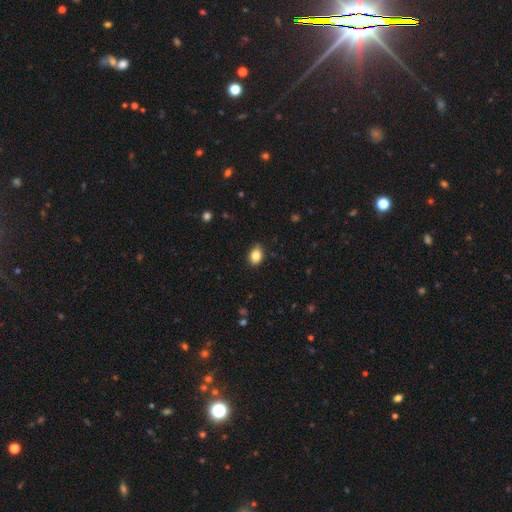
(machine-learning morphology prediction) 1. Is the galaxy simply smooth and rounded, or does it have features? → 85% smooth, 9% star or artifact, 6% featured or disk.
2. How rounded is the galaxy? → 62% in between, 37% round, 1% cigar-shaped.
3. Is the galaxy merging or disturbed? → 82% none, 15% minor disturbance, 2% major disturbance, 1% merger.